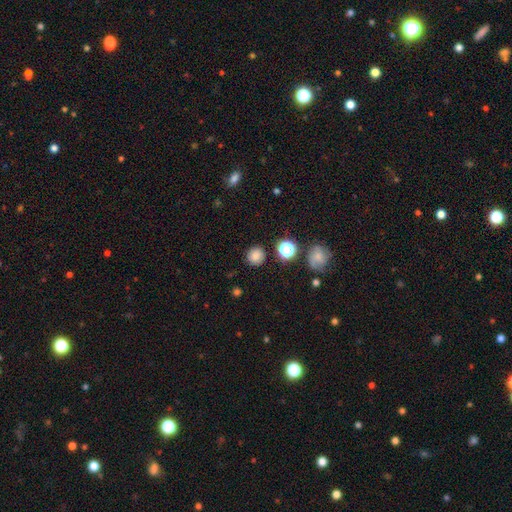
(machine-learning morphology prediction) Smooth or featured?
  - smooth: 79% *
  - star or artifact: 14%
  - featured or disk: 6%
How rounded?
  - round: 90% *
  - in between: 9%
  - cigar-shaped: 1%
Merging?
  - none: 85% *
  - minor disturbance: 9%
  - major disturbance: 3%
  - merger: 3%